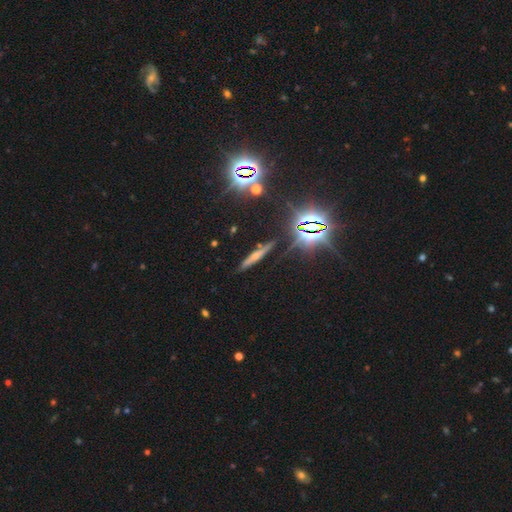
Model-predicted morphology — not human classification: smooth_or_featured: featured or disk (p=0.39) [alt: smooth p=0.33]
merging: none (p=0.82) [alt: minor disturbance p=0.11]